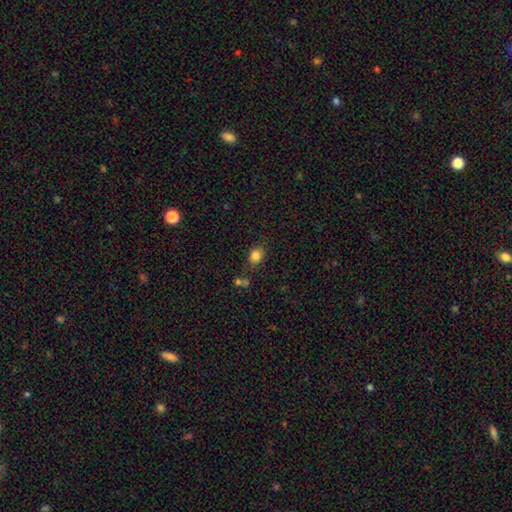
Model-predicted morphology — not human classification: smooth_or_featured: smooth (p=0.83) [alt: star or artifact p=0.11]
how_rounded: round (p=0.55) [alt: in between p=0.44]
merging: none (p=0.76) [alt: minor disturbance p=0.14]